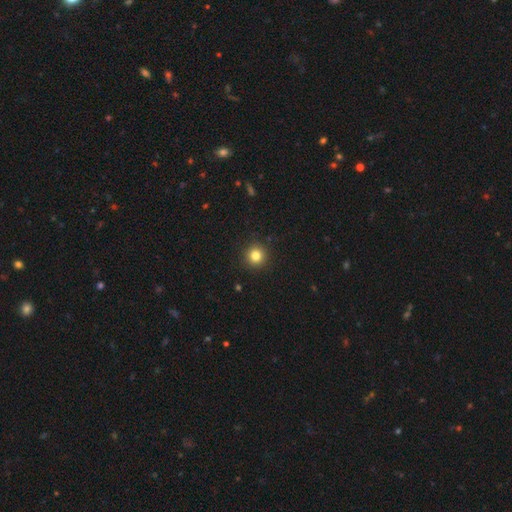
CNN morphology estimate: This is clearly a smooth galaxy (82%). How rounded: clearly round (94%). Merging: clearly none (92%).